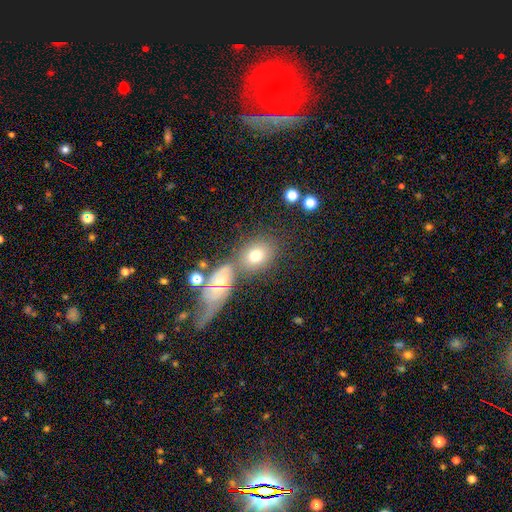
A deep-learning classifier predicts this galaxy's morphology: A smooth galaxy with no disk features (71%) that is in between round and cigar-shaped (49%, tied with round).

Vote fractions:
- Smooth or featured? smooth: 71% / featured or disk: 17% / star or artifact: 12%
- How rounded? in between: 49% (tied) / round: 49% (tied) / cigar-shaped: 2%
- Merging? none: 58% / merger: 24% / minor disturbance: 13% / major disturbance: 6%